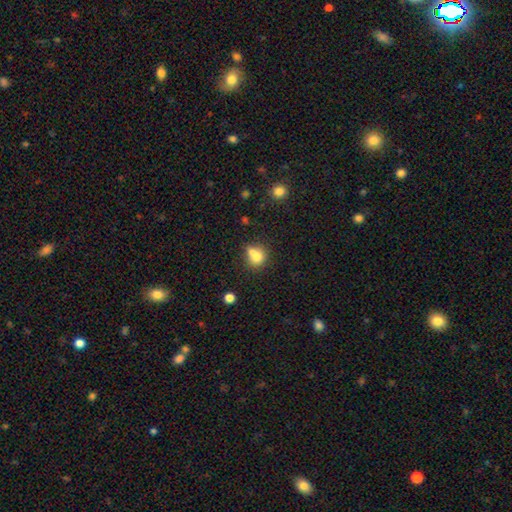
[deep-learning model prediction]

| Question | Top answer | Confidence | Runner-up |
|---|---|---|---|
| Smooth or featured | smooth | 75% | featured or disk (13%) |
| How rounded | round | 66% | in between (33%) |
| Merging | merger | 40% | tied: none (40%) |